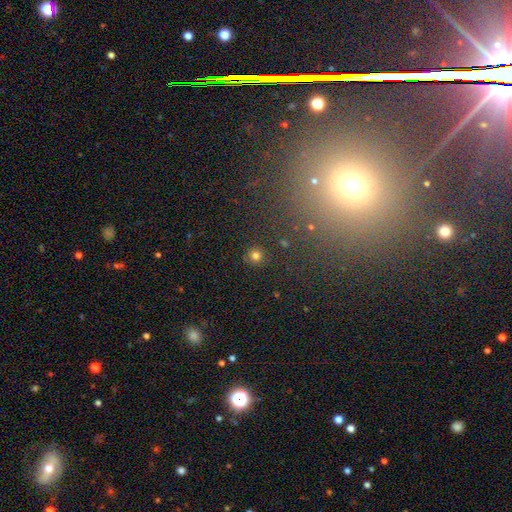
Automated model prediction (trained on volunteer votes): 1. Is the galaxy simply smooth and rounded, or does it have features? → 78% smooth, 17% star or artifact, 5% featured or disk.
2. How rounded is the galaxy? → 95% round, 4% in between, 1% cigar-shaped.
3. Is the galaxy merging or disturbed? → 89% none, 6% minor disturbance, 2% merger, 2% major disturbance.